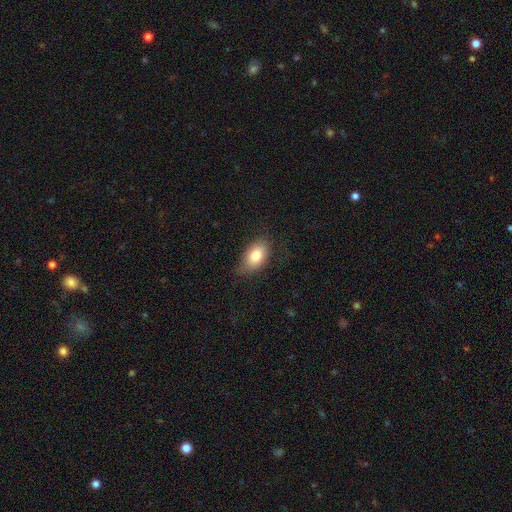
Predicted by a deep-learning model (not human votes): smooth 80%, featured or disk 12%, star or artifact 8%. Down the decision tree: how rounded — in between (90%); merging — none (75%).